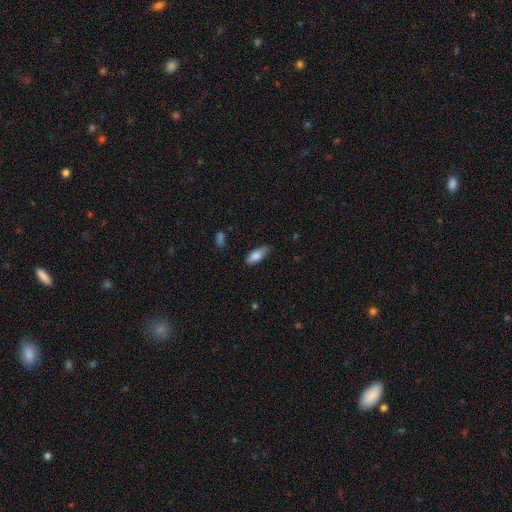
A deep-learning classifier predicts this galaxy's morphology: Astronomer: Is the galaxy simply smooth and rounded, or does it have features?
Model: smooth — 81%.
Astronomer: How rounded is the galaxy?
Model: in between — 77%.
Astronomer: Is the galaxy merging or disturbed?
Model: none — 69%.